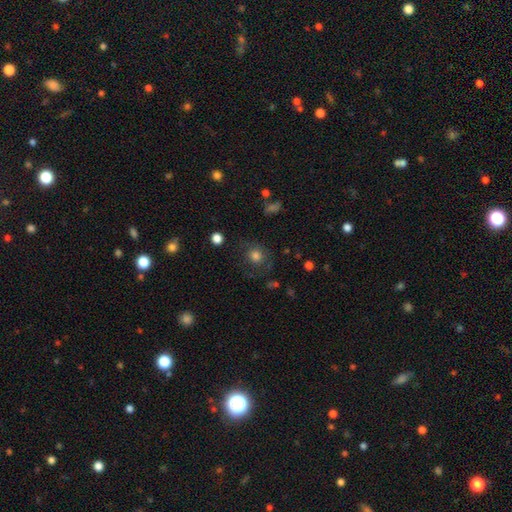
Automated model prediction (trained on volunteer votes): Q: Smooth or featured?
A: smooth (77%); runner-up: star or artifact (12%)
Q: How rounded?
A: round (87%); runner-up: in between (12%)
Q: Merging?
A: none (74%); runner-up: minor disturbance (15%)